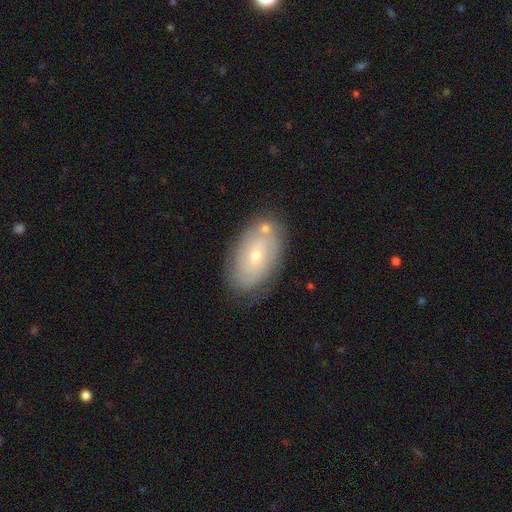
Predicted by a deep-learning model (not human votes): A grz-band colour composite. It shows a featured or disk galaxy (62%) with no bar (78%), spiral arms (69%) and a small central bulge (62%). Merging: none (71%).